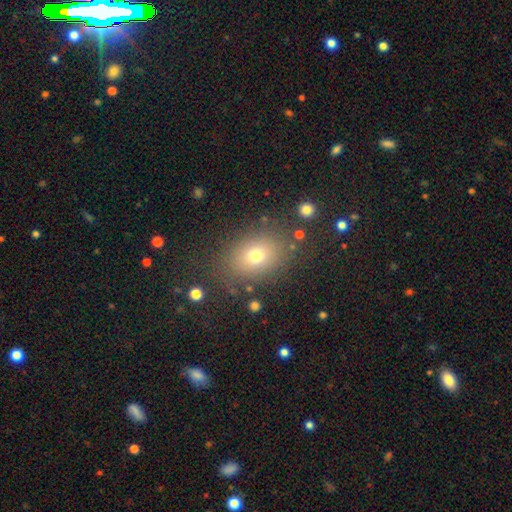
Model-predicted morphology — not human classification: type=smooth (71%); roundness=in between (62%); merging=none (81%).